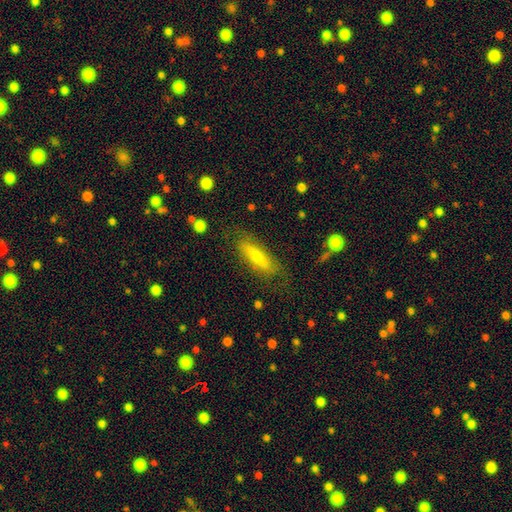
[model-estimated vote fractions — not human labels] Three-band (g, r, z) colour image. It shows a smooth galaxy with no disk features (49%). Merging: none (78%).